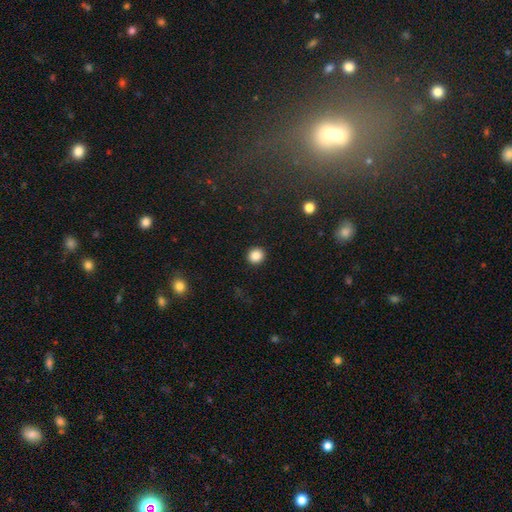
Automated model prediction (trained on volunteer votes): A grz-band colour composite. It shows a smooth galaxy with no disk features (86%) that is round (90%). Merging: none (93%).